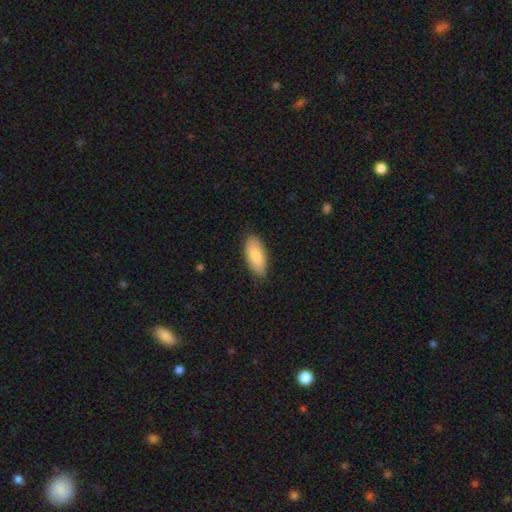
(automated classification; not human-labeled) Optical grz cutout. It shows a smooth galaxy with no disk features (87%) that is in between round and cigar-shaped (87%). Merging: none (81%).